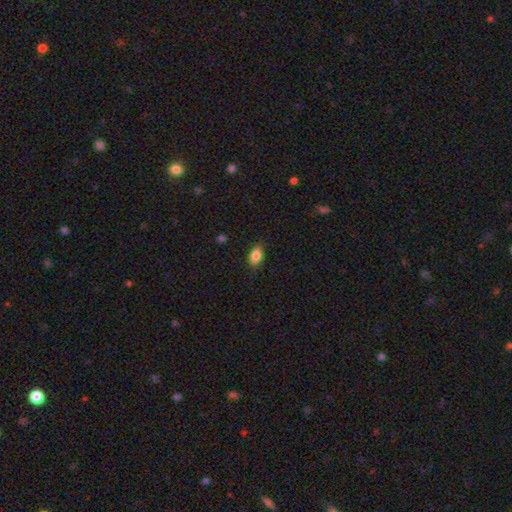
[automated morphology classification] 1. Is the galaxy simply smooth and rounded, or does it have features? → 86% smooth, 8% star or artifact, 6% featured or disk.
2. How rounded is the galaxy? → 86% in between, 10% round, 4% cigar-shaped.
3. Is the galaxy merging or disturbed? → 83% none, 14% minor disturbance, 3% major disturbance, 1% merger.